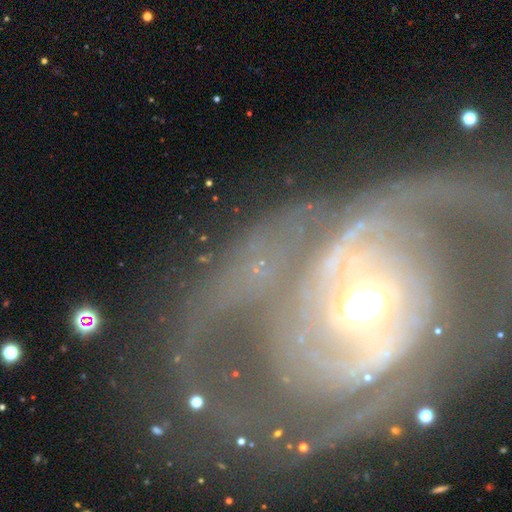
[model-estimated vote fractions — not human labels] A featured or disk galaxy (88%) with no bar (58%), 2 (52%) tight (47%) spiral arms (93%) and a moderate central bulge (67%). Merging: none (59%).